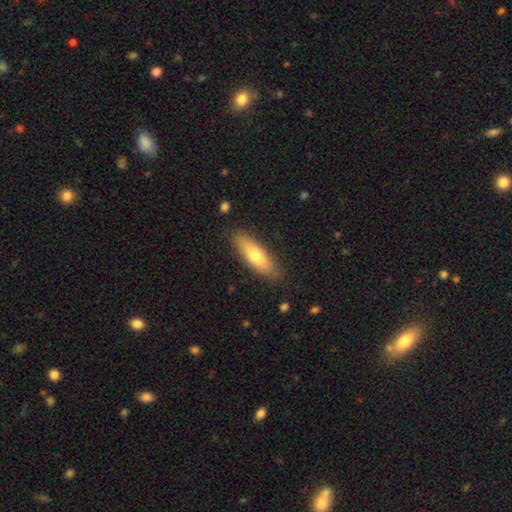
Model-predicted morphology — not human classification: Smooth or featured?
  - smooth: 68% *
  - featured or disk: 26%
  - star or artifact: 6%
How rounded?
  - cigar-shaped: 52% *
  - in between: 46%
  - round: 2%
Merging?
  - none: 85% *
  - minor disturbance: 11%
  - major disturbance: 2%
  - merger: 1%